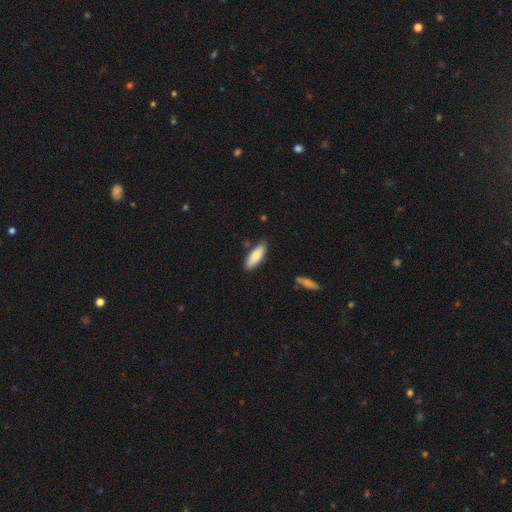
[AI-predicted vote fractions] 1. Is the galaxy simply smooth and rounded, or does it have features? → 80% smooth, 14% featured or disk, 6% star or artifact.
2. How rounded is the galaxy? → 61% in between, 37% cigar-shaped, 2% round.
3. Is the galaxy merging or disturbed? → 78% none, 17% minor disturbance, 3% merger, 3% major disturbance.